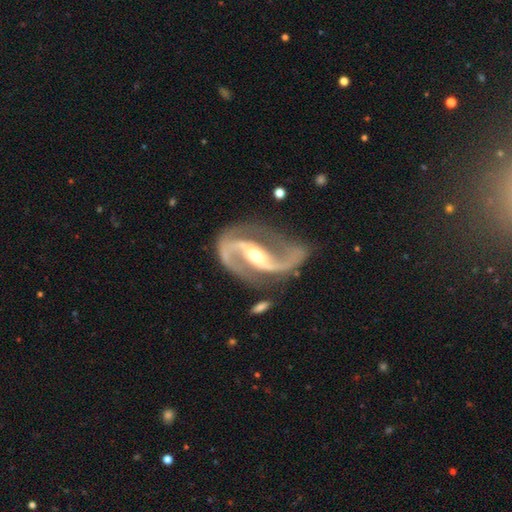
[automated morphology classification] The model was most divided on "bulge size": moderate: 56%, small: 38%, large: 4%, none: 1%, dominant: 1%. Remaining: spiral arms — yes (98%); edge-on disk — no (98%); spiral arm count — 2 (94%); smooth or featured — featured or disk (93%); merging — none (74%); spiral winding — medium (53%); bar — strong (49%).